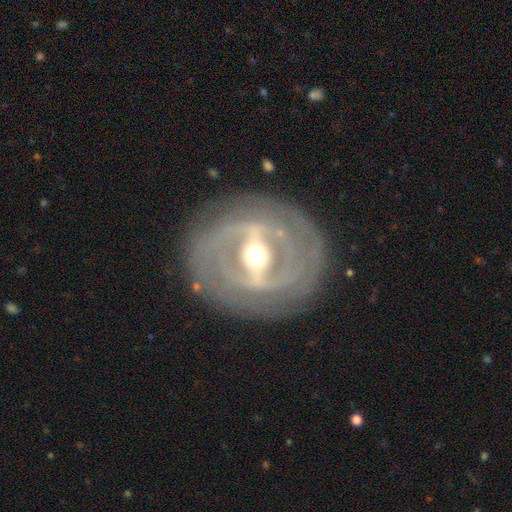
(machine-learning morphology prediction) A featured or disk galaxy (87%) with a strong bar (74%), 2 (37%) tight (71%) spiral arms (72%) and a moderate central bulge (65%).

Vote fractions:
- Smooth or featured? featured or disk: 87% / smooth: 7% / star or artifact: 5%
- Edge-on disk? no: 90% / yes: 10%
- Bar? strong: 74% / weak: 20% / no: 7%
- Spiral arms? yes: 72% / no: 28%
- Spiral winding? tight: 71% / medium: 21% / loose: 7%
- Spiral arm count? 2: 37% / can't tell: 36% / 3: 12% / 4: 6% / 1: 5% / more than 4: 4%
- Bulge size? moderate: 65% / small: 29% / large: 5% / dominant: 1% / none: 1%
- Merging? none: 83% / minor disturbance: 11% / major disturbance: 5% / merger: 1%